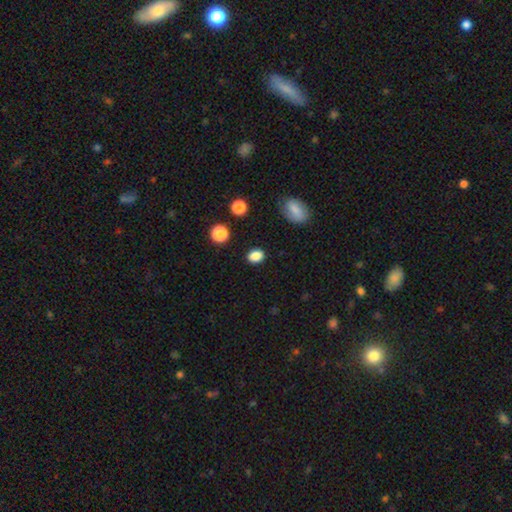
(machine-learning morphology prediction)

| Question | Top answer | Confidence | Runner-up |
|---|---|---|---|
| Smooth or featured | smooth | 86% | star or artifact (10%) |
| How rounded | in between | 66% | round (33%) |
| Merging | none | 88% | minor disturbance (8%) |